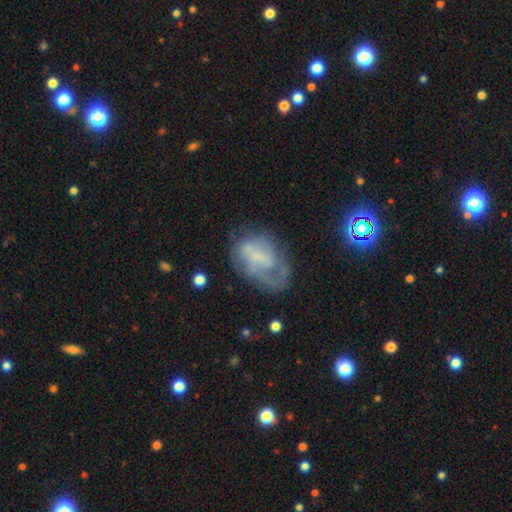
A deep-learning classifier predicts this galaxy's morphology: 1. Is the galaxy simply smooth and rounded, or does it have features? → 58% featured or disk, 31% smooth, 11% star or artifact.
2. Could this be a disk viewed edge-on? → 97% no, 3% yes.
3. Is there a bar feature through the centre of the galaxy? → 52% no, 36% weak, 12% strong.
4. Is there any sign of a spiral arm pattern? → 56% yes, 44% no.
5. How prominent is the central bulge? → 49% none, 27% small, 18% moderate, 5% large, 1% dominant.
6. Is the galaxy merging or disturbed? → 42% none, 27% major disturbance, 26% minor disturbance, 4% merger.